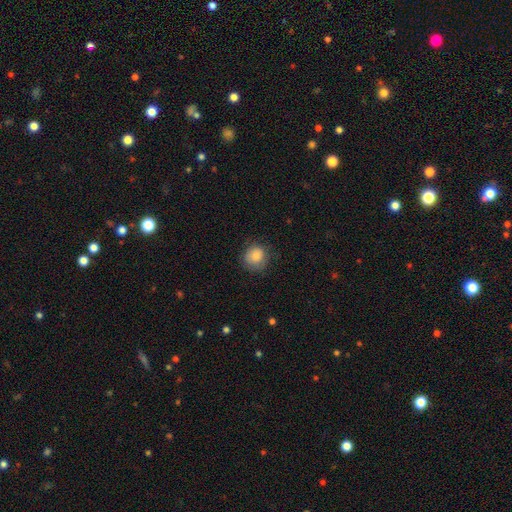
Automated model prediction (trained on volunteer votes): Smooth or featured: smooth — 84% (featured or disk — 8%)
How rounded: round — 82% (in between — 17%)
Merging: none — 73% (minor disturbance — 20%)